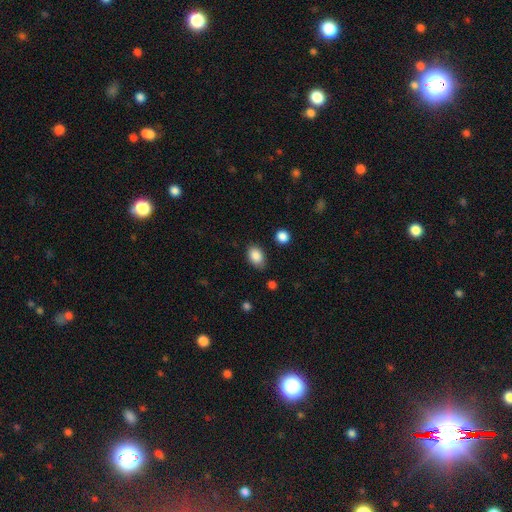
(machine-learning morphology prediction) smooth_or_featured: smooth (p=0.87) [alt: star or artifact p=0.08]
how_rounded: in between (p=0.83) [alt: round p=0.16]
merging: none (p=0.78) [alt: minor disturbance p=0.17]